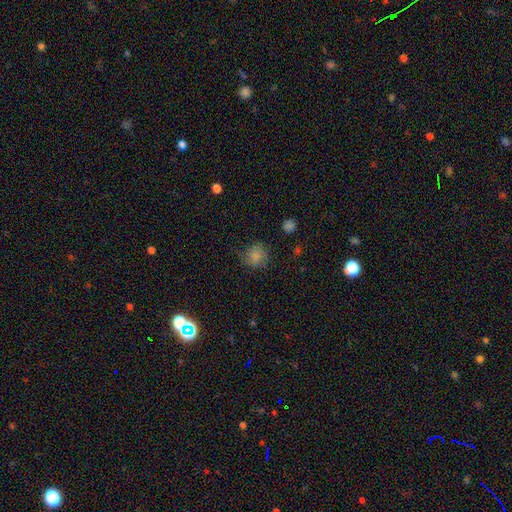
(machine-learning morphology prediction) Smooth or featured? Predicted: smooth (p=0.82). How rounded? Predicted: round (p=0.85). Merging? Predicted: none (p=0.69).